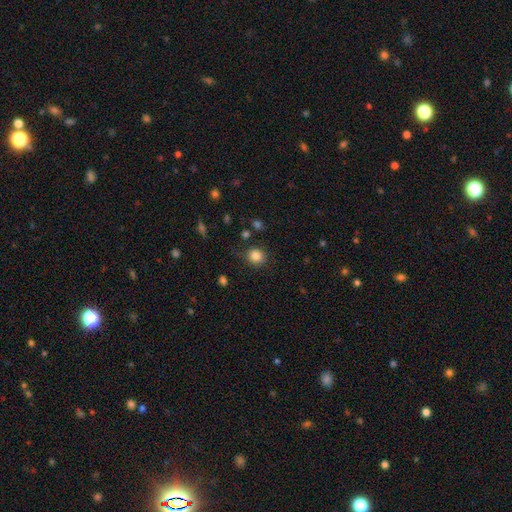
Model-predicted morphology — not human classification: Q: Smooth or featured?
A: smooth (84%); runner-up: star or artifact (11%)
Q: How rounded?
A: round (86%); runner-up: in between (13%)
Q: Merging?
A: none (86%); runner-up: minor disturbance (9%)